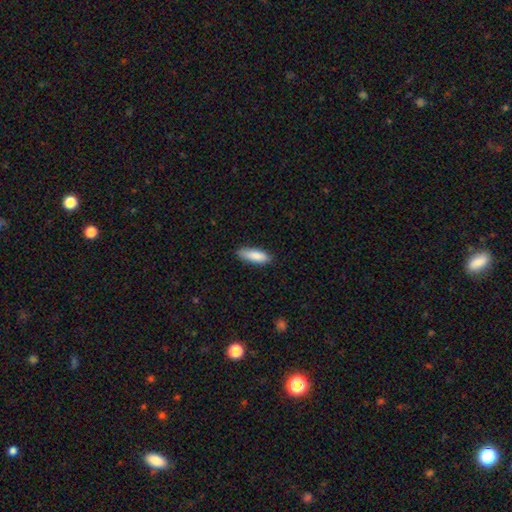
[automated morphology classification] Smooth or featured?
  - smooth: 87% *
  - featured or disk: 7%
  - star or artifact: 6%
How rounded?
  - cigar-shaped: 49% * (tied)
  - in between: 49% * (tied)
  - round: 2%
Merging?
  - none: 84% *
  - minor disturbance: 13%
  - major disturbance: 2%
  - merger: 1%